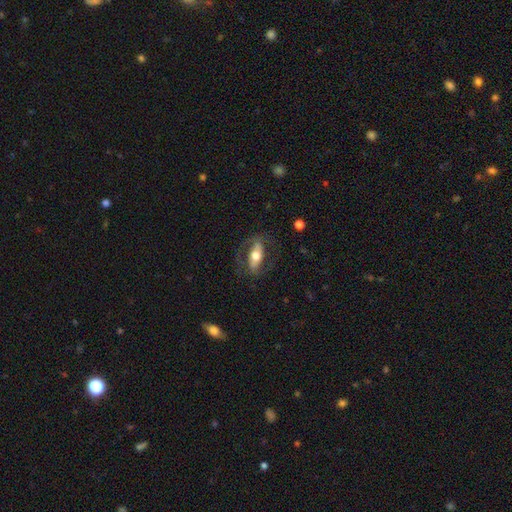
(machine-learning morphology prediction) smooth_or_featured: featured or disk (p=0.54) [alt: smooth p=0.40]
disk_edge_on: no (p=0.73) [alt: yes p=0.27]
merging: none (p=0.70) [alt: minor disturbance p=0.16]